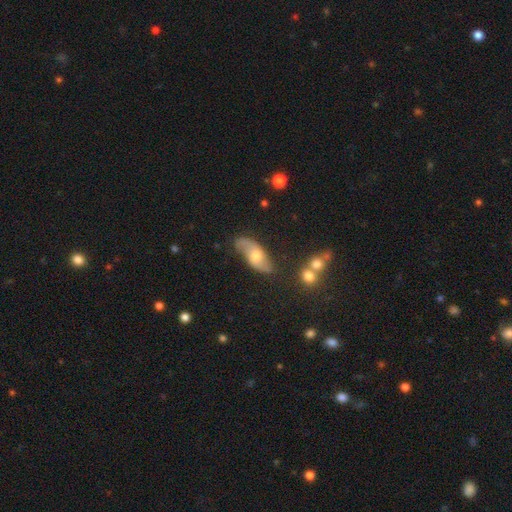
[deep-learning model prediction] featured or disk 63%, smooth 30%, star or artifact 7%. Down the decision tree: edge-on disk — no (87%); bar — no (64%); spiral arms — yes (85%); bulge size — moderate (68%); merging — none (64%).